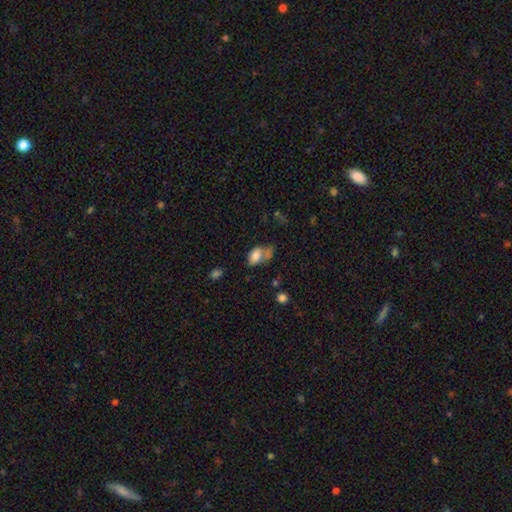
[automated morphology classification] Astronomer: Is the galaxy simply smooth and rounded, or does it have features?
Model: smooth — 77%.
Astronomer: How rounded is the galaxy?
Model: in between — 88%.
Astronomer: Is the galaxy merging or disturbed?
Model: none — 30% (runner-up: merger, 27%).